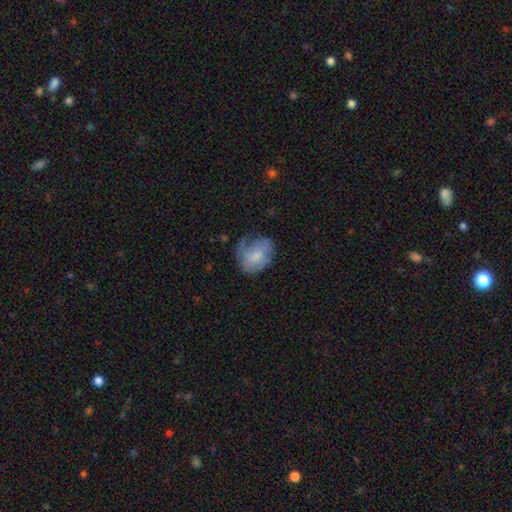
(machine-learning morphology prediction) A smooth galaxy with no disk features (62%) that is in between round and cigar-shaped (52%).

Vote fractions:
- Smooth or featured? smooth: 62% / featured or disk: 31% / star or artifact: 8%
- How rounded? in between: 52% / round: 47% / cigar-shaped: 1%
- Merging? none: 44% / minor disturbance: 33% / major disturbance: 21% / merger: 2%